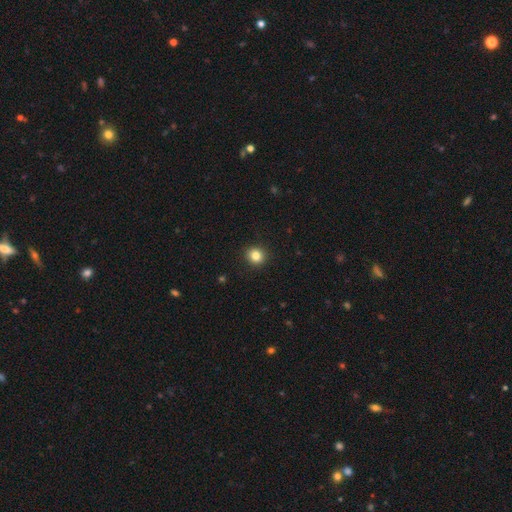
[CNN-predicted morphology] smooth_or_featured: smooth (p=0.83) [alt: star or artifact p=0.12]
how_rounded: round (p=0.88) [alt: in between p=0.11]
merging: none (p=0.92) [alt: minor disturbance p=0.05]